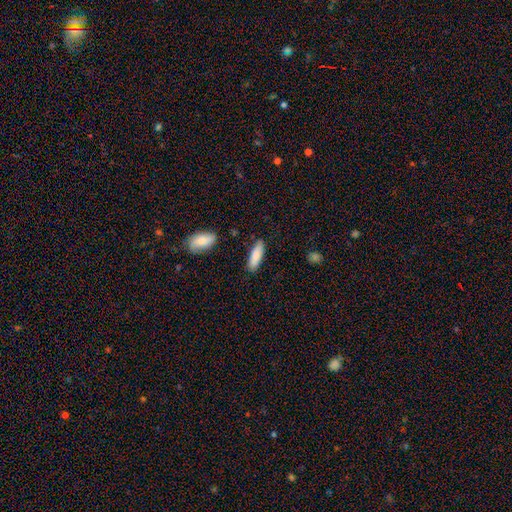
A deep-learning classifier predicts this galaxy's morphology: Smooth or featured?
  - smooth: 86% *
  - featured or disk: 8%
  - star or artifact: 6%
How rounded?
  - in between: 54% *
  - cigar-shaped: 44%
  - round: 2%
Merging?
  - none: 85% *
  - minor disturbance: 10%
  - merger: 2%
  - major disturbance: 2%